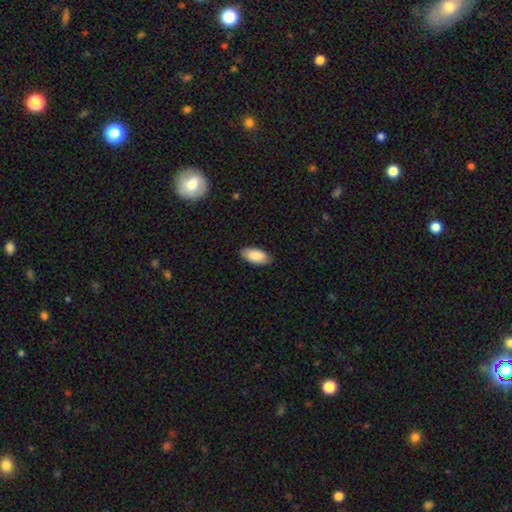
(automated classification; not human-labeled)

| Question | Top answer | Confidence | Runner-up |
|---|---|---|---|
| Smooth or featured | smooth | 88% | featured or disk (6%) |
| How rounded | in between | 92% | cigar-shaped (6%) |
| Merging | none | 87% | minor disturbance (10%) |